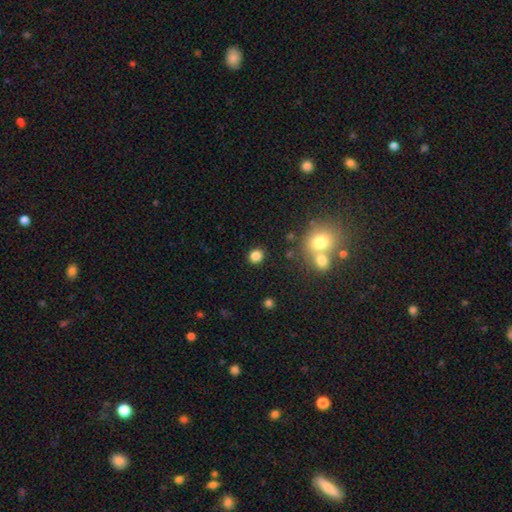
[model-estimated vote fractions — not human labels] Smooth or featured: smooth — 82% (star or artifact — 13%)
How rounded: round — 77% (in between — 22%)
Merging: none — 85% (minor disturbance — 7%)